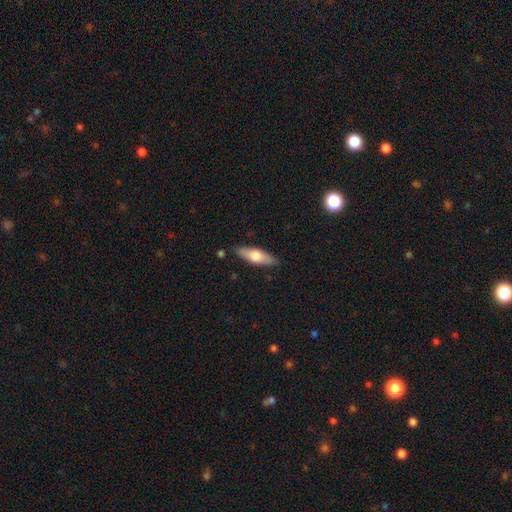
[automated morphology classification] This appears to be a smooth galaxy with no disk features (57%) that is cigar-shaped (51%). Merging: none (85%).